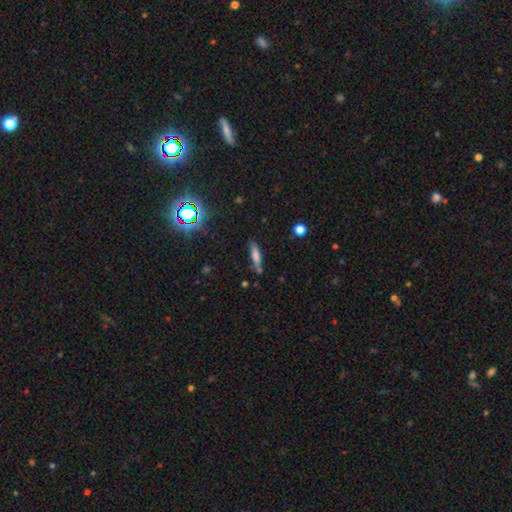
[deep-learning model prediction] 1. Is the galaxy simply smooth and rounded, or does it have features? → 62% smooth, 26% featured or disk, 12% star or artifact.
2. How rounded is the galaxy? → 76% cigar-shaped, 22% in between, 2% round.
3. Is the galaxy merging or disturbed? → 71% none, 19% minor disturbance, 5% merger, 5% major disturbance.